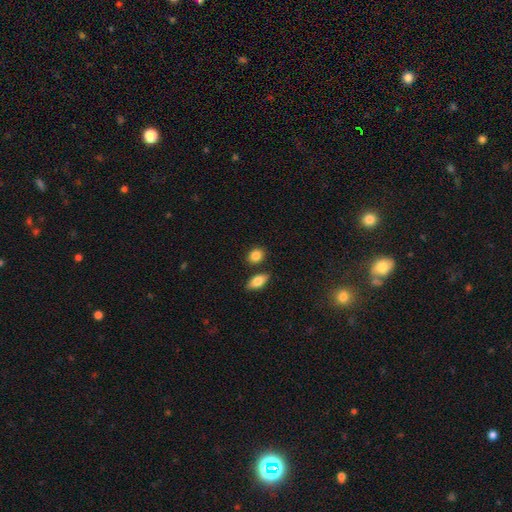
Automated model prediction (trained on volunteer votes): Smooth or featured? Predicted: smooth (p=0.86). How rounded? Predicted: in between (p=0.52). Merging? Predicted: none (p=0.77).